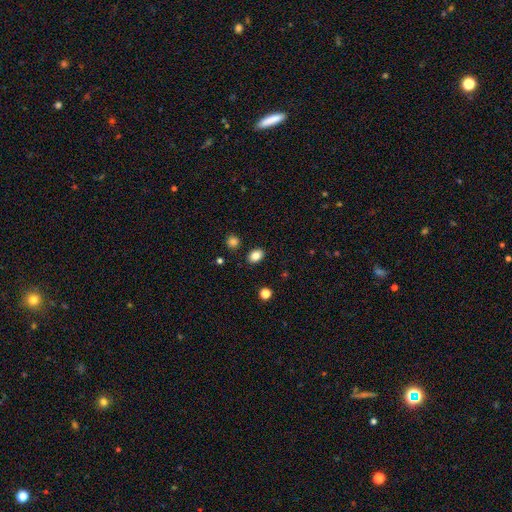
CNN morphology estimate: smooth 85%, star or artifact 10%, featured or disk 5%. Down the decision tree: how rounded — in between (71%); merging — none (87%).